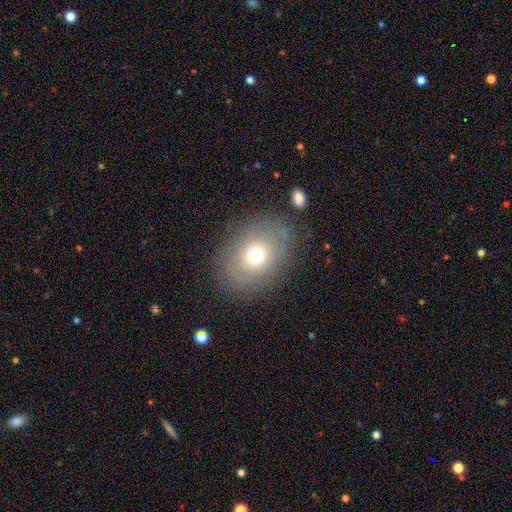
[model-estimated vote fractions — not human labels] This appears to be a smooth galaxy with no disk features (57%) that is in between round and cigar-shaped (67%). Merging: none (80%).